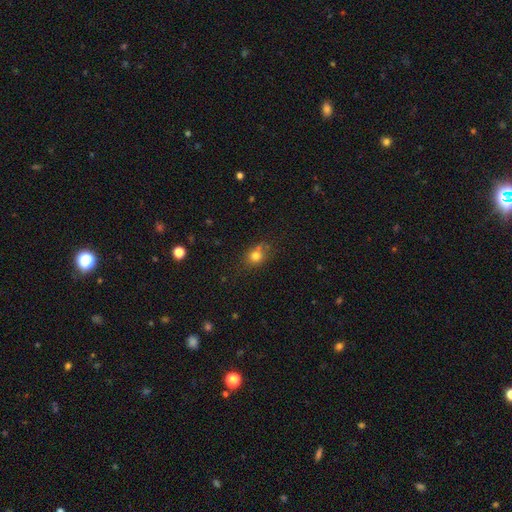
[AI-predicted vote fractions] Q: Smooth or featured?
A: smooth (77%); runner-up: star or artifact (14%)
Q: How rounded?
A: round (68%); runner-up: in between (31%)
Q: Merging?
A: none (63%); runner-up: minor disturbance (18%)